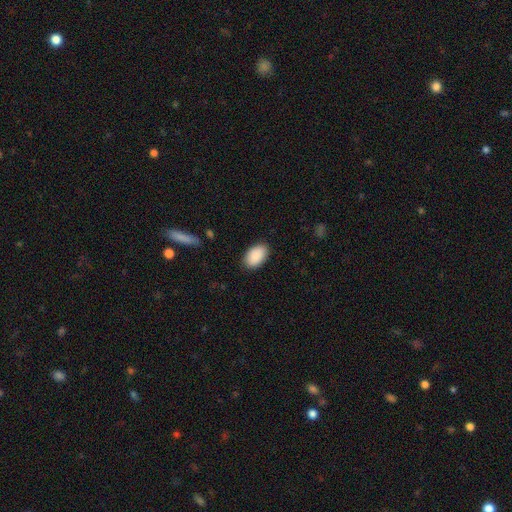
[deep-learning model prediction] The model was most divided on "merging": none: 87%, minor disturbance: 10%, major disturbance: 2%, merger: 1%. More confident: how rounded — in between (92%); smooth or featured — smooth (90%).